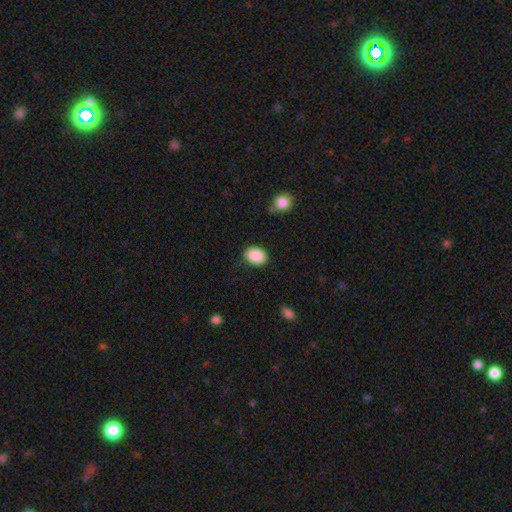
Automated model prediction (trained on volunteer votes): Smooth or featured? Predicted: smooth (p=0.89). How rounded? Predicted: in between (p=0.64). Merging? Predicted: none (p=0.81).